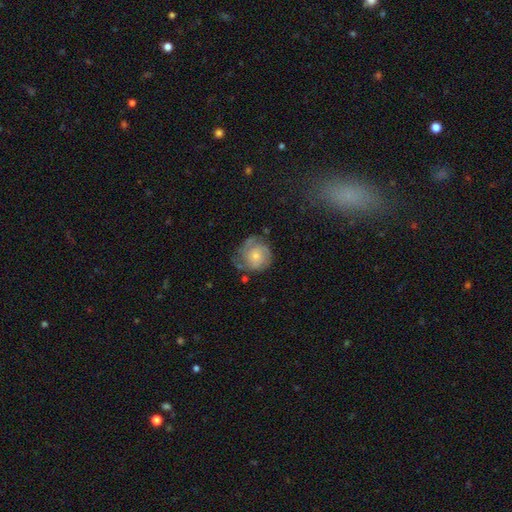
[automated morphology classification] The model was most divided on "smooth or featured": featured or disk: 55%, smooth: 38%, star or artifact: 8%. More confident: edge-on disk — no (98%); spiral arms — yes (83%); bar — no (79%); bulge size — small (60%); merging — none (58%).